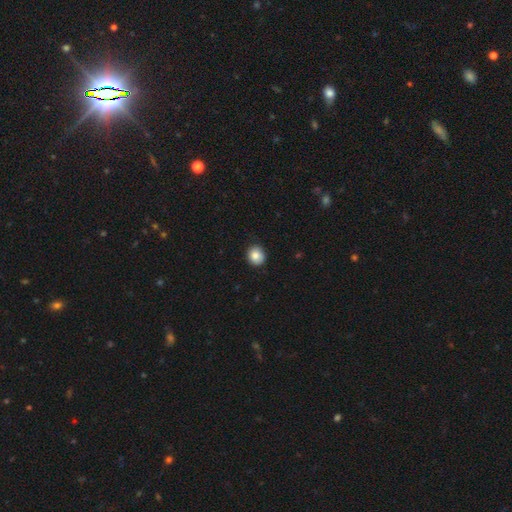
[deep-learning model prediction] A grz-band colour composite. It shows a smooth galaxy with no disk features (84%) that is round (83%). Merging: none (86%).